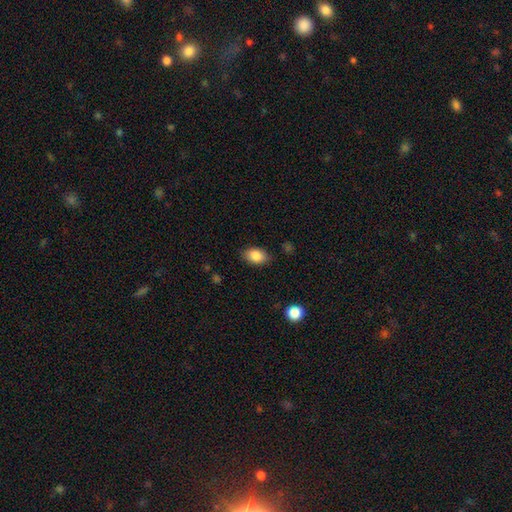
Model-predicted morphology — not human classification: Smooth or featured? smooth (86%)
How rounded? in between (87%)
Merging? none (83%)